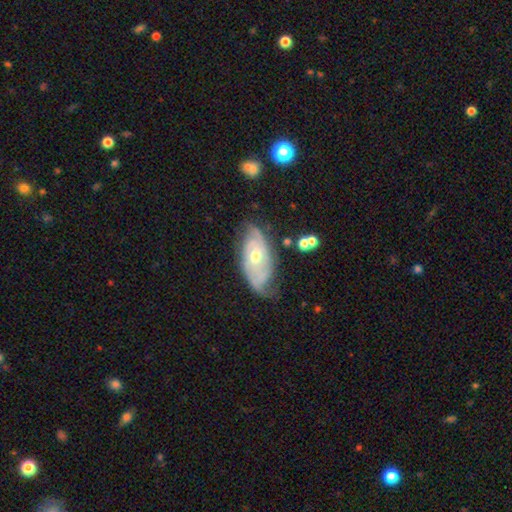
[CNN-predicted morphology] Overall: featured or disk (82%). Edge-on disk: no (93%). Bar: no (68%). Spiral arms: yes (92%). Spiral arm count: 2 (37%; can't tell 33%). Spiral winding: tight (61%; medium 29%). Bulge size: moderate (70%). Merging: none (63%; minor disturbance 26%).